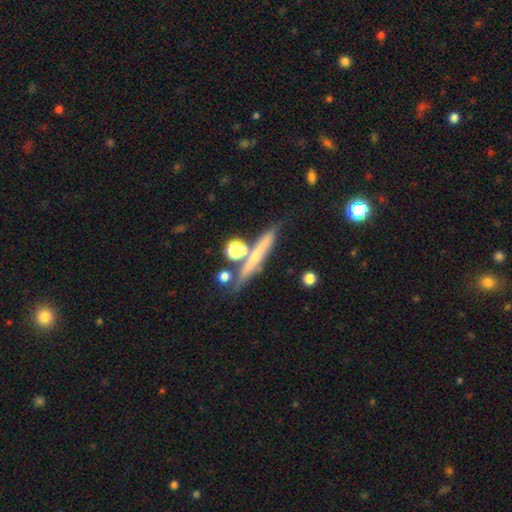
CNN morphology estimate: smooth_or_featured: featured or disk (p=0.47) [alt: smooth p=0.43]
merging: none (p=0.68) [alt: merger p=0.15]